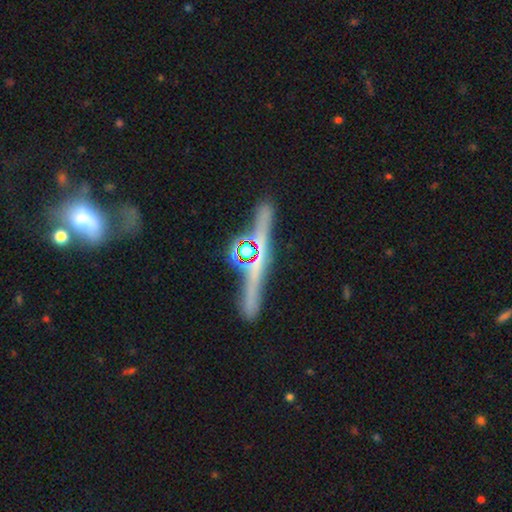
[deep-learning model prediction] smooth-or-featured: featured or disk: 48% | star or artifact: 26% | smooth: 25%
  merging: none: 78% | minor disturbance: 11% | merger: 6% | major disturbance: 4%